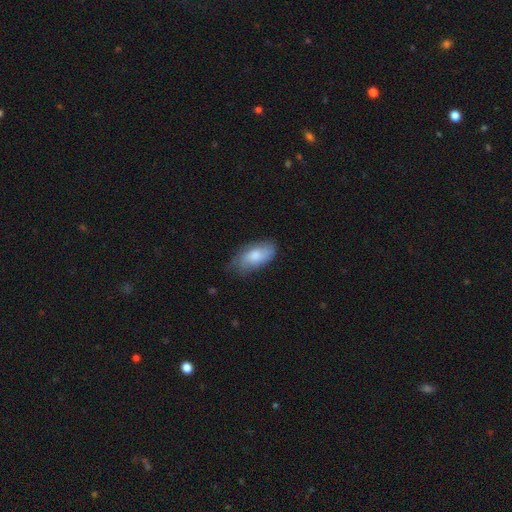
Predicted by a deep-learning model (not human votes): This appears to be a smooth galaxy with no disk features (75%) that is in between round and cigar-shaped (92%). Merging: none (61%).